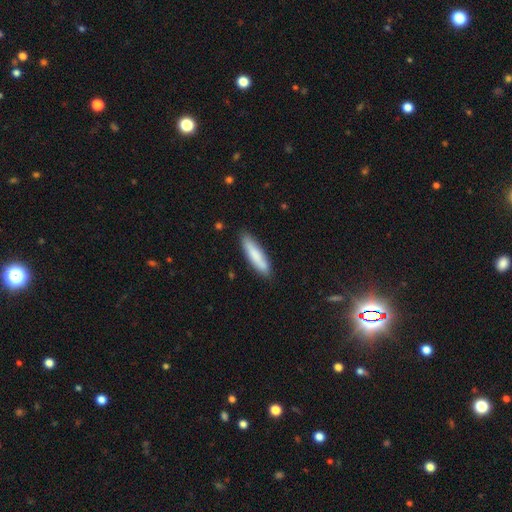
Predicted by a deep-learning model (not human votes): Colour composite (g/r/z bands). It shows a smooth galaxy with no disk features (77%) that is cigar-shaped (77%). Merging: none (84%).